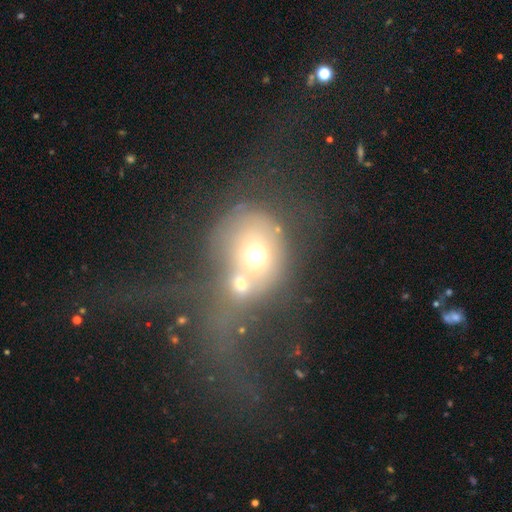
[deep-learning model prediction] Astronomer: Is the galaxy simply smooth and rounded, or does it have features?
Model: smooth — 55%.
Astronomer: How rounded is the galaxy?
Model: round — 66%.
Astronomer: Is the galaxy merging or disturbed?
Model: merger — 59%.